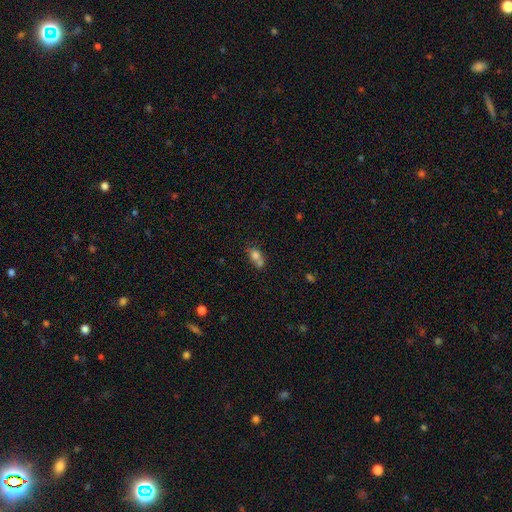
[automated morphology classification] Smooth or featured? smooth (72%)
How rounded? in between (53%)
Merging? merger (52%)